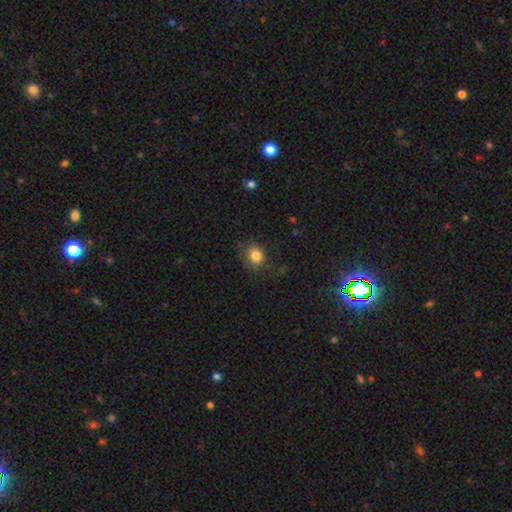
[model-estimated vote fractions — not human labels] A smooth galaxy with no disk features (82%) that is round (71%).

Vote fractions:
- Smooth or featured? smooth: 82% / star or artifact: 11% / featured or disk: 7%
- How rounded? round: 71% / in between: 28% / cigar-shaped: 1%
- Merging? none: 75% / minor disturbance: 16% / major disturbance: 7% / merger: 1%